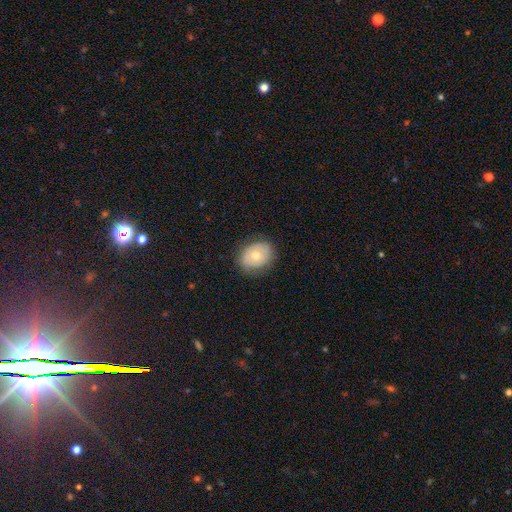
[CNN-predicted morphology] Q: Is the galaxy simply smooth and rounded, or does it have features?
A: smooth — 66%.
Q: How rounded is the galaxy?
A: in between — 54%.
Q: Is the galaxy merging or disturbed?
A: none — 80%.